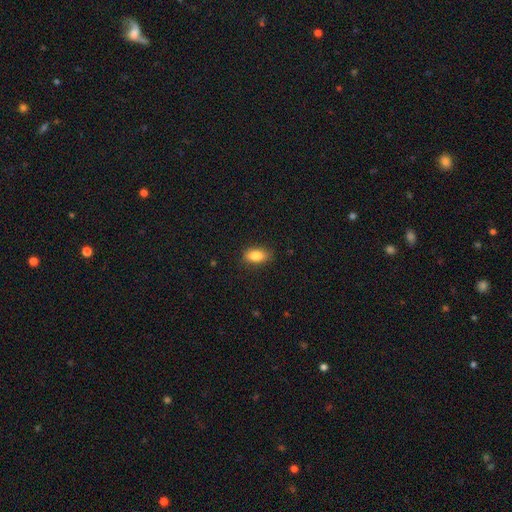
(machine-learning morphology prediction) This appears to be a smooth galaxy with no disk features (84%) that is in between round and cigar-shaped (88%). Merging: none (83%).